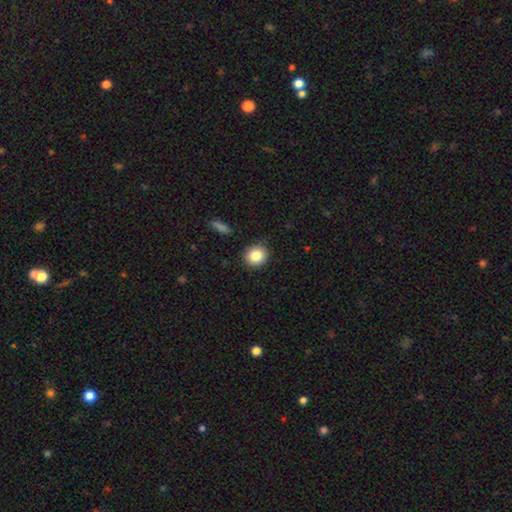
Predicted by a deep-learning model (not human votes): The model was most divided on "how rounded": round: 83%, in between: 16%, cigar-shaped: 1%. More confident: merging — none (87%); smooth or featured — smooth (83%).